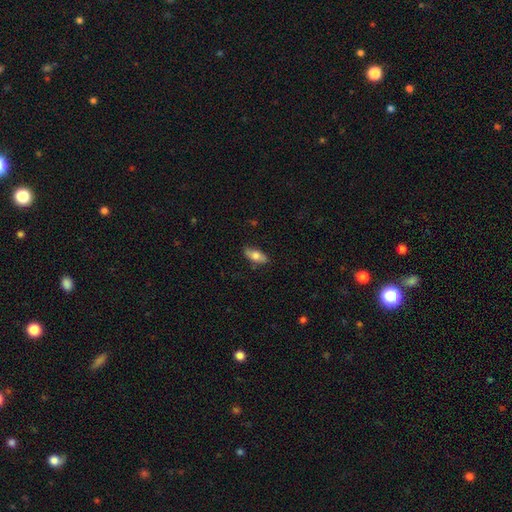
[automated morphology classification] Q: Smooth or featured?
A: smooth (72%); runner-up: featured or disk (22%)
Q: How rounded?
A: in between (82%); runner-up: cigar-shaped (15%)
Q: Merging?
A: none (83%); runner-up: minor disturbance (14%)